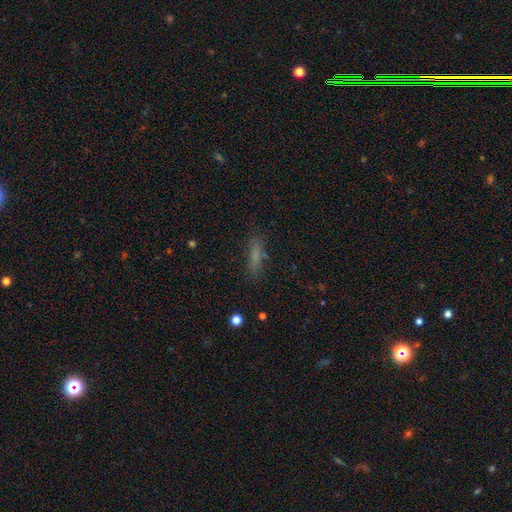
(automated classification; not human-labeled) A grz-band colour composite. It shows a smooth galaxy with no disk features (72%) that is cigar-shaped (70%). Merging: none (79%).